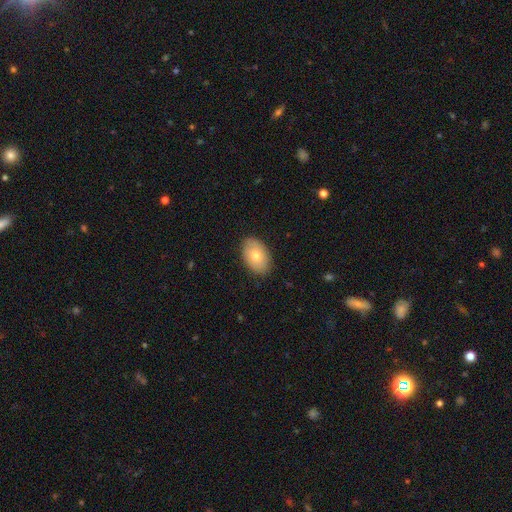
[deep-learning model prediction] This appears to be a smooth galaxy with no disk features (75%) that is in between round and cigar-shaped (89%). Merging: none (87%).